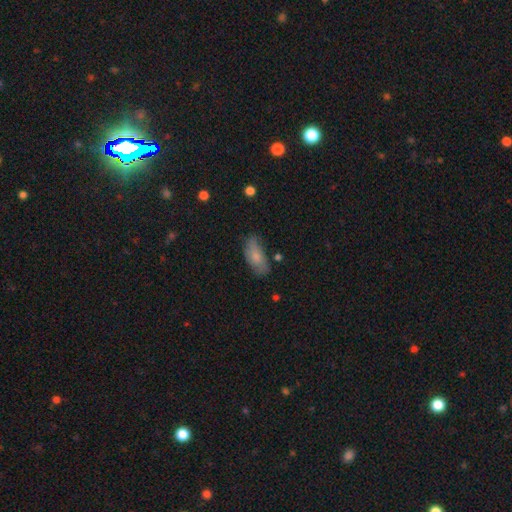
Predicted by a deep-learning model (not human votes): Smooth or featured? smooth (74%)
How rounded? in between (86%)
Merging? none (66%)